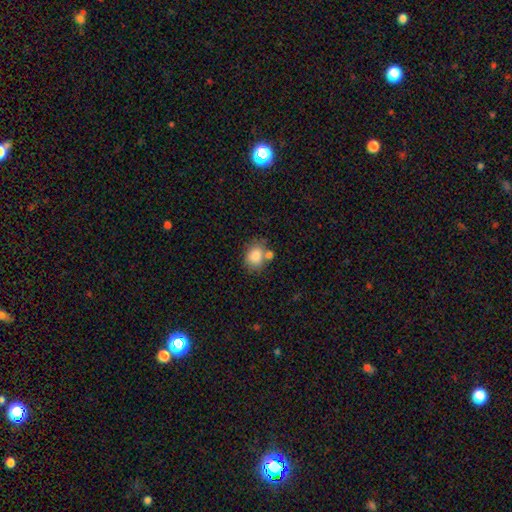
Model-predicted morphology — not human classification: This is clearly a smooth galaxy (83%). How rounded: possibly in between (50%). Merging: possibly none (53%).